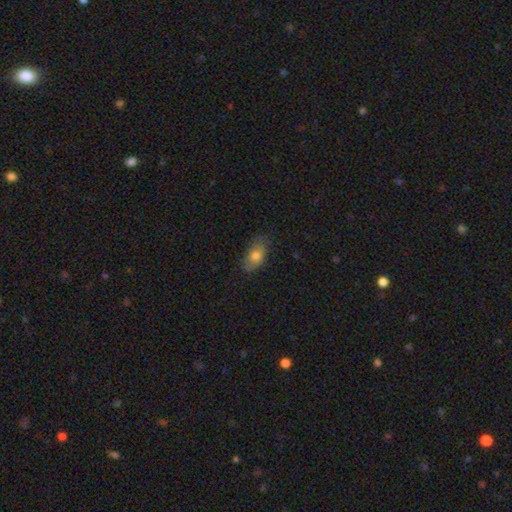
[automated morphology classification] The model was most divided on "merging": none: 68%, minor disturbance: 25%, major disturbance: 6%, merger: 1%. More confident: how rounded — in between (87%); smooth or featured — smooth (73%).